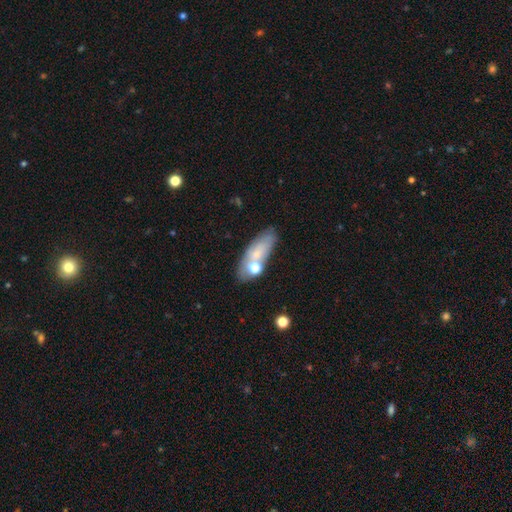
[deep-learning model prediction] smooth_or_featured: smooth (p=0.59) [alt: featured or disk p=0.31]
how_rounded: in between (p=0.72) [alt: cigar-shaped p=0.23]
merging: none (p=0.59) [alt: minor disturbance p=0.18]